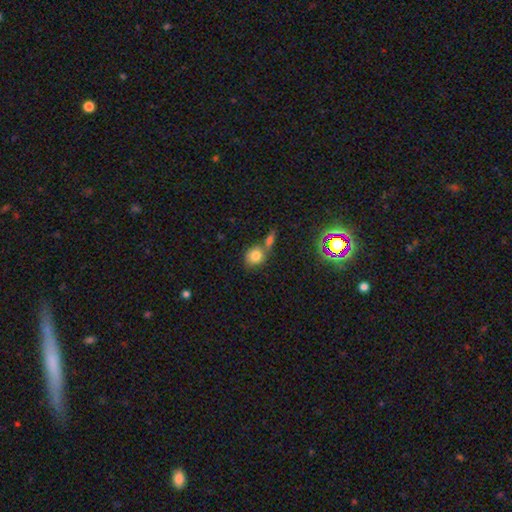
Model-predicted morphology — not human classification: Smooth or featured? smooth (78%)
How rounded? round (64%)
Merging? none (47%)